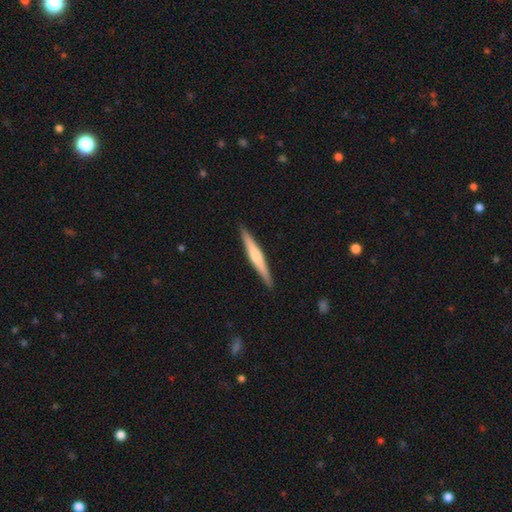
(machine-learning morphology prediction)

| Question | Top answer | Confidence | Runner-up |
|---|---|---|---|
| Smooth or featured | featured or disk | 53% | smooth (42%) |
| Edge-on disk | yes | 98% | no (2%) |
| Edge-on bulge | rounded | 59% | none (27%) |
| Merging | none | 92% | minor disturbance (6%) |